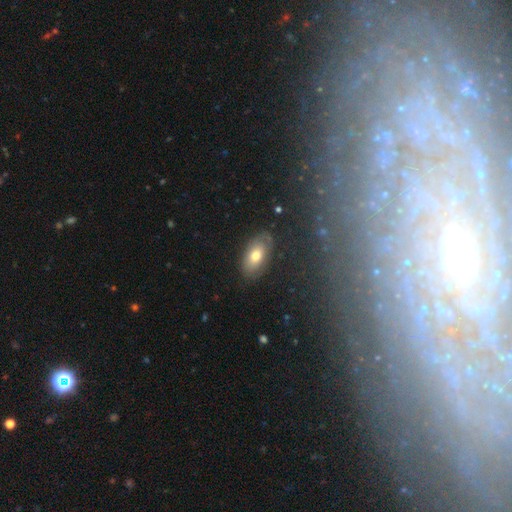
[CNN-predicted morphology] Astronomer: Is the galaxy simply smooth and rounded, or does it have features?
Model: smooth — 65%.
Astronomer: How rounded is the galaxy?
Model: in between — 92%.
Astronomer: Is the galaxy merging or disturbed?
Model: none — 80%.